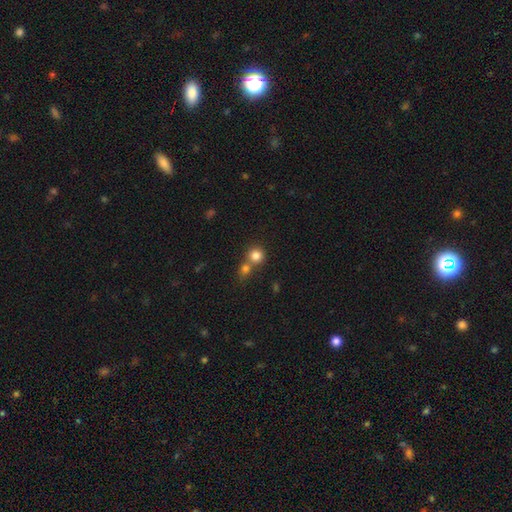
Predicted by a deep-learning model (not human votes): Smooth or featured?
  - smooth: 81% *
  - star or artifact: 12%
  - featured or disk: 7%
How rounded?
  - round: 90% *
  - in between: 9%
  - cigar-shaped: 1%
Merging?
  - none: 53% *
  - merger: 38%
  - minor disturbance: 6%
  - major disturbance: 3%